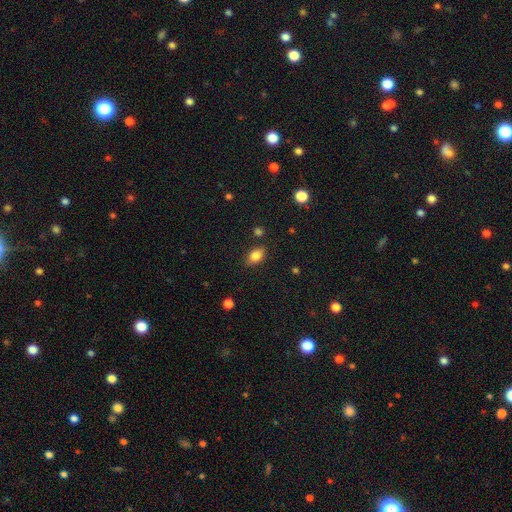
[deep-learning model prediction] A smooth galaxy with no disk features (82%) that is in between round and cigar-shaped (84%).

Vote fractions:
- Smooth or featured? smooth: 82% / star or artifact: 9% / featured or disk: 9%
- How rounded? in between: 84% / round: 13% / cigar-shaped: 3%
- Merging? none: 81% / minor disturbance: 13% / major disturbance: 3% / merger: 3%